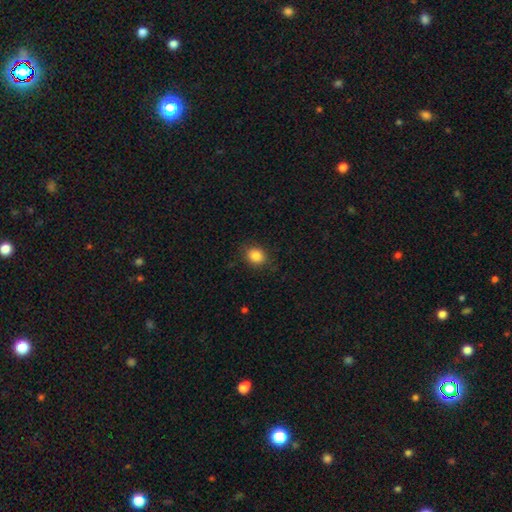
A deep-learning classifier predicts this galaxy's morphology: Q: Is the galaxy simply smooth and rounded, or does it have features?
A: smooth — 85%.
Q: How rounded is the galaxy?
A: round — 55%.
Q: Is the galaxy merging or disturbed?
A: none — 85%.